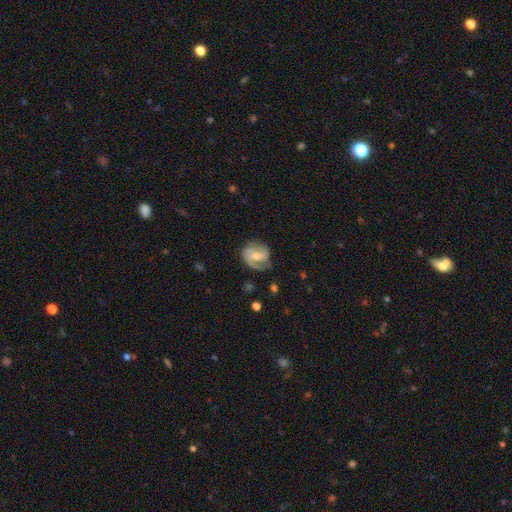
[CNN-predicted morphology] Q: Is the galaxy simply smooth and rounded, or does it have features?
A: featured or disk — 75%.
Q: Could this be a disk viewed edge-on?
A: no — 97%.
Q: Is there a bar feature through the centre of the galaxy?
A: weak — 45%.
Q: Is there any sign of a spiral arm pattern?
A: yes — 92%.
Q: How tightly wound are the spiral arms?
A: medium — 46%.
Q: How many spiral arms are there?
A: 2 — 64%.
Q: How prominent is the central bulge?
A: moderate — 52%.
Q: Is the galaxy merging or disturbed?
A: none — 63%.